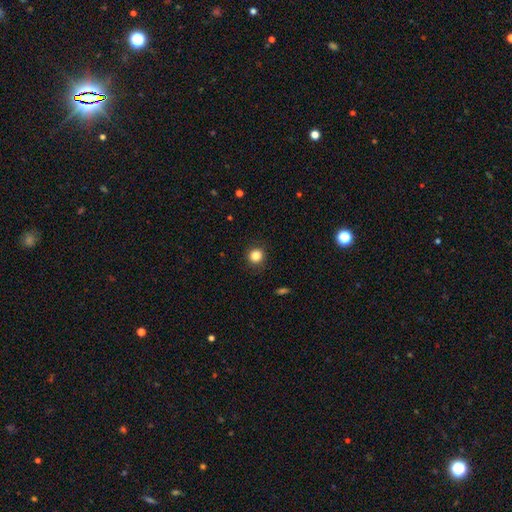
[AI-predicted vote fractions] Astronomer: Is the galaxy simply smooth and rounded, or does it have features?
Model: smooth — 84%.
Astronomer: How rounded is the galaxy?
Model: round — 91%.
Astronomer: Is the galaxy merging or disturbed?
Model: none — 89%.